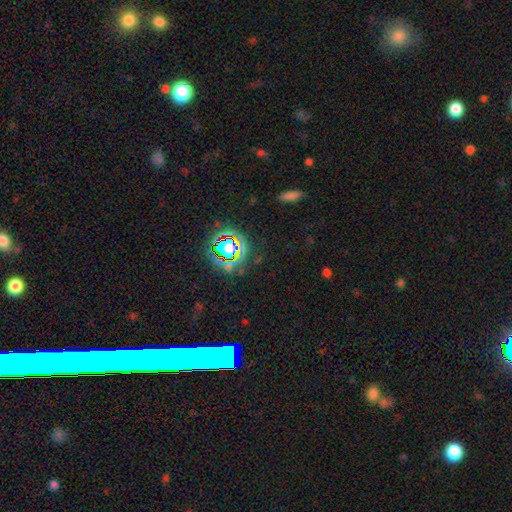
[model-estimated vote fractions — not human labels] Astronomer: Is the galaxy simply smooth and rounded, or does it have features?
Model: star or artifact — 66%.